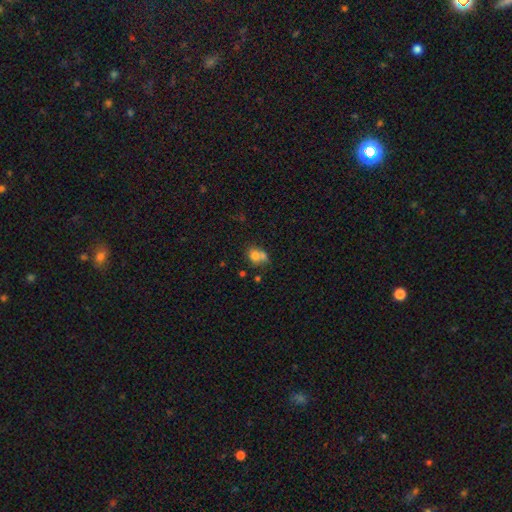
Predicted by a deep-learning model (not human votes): Smooth or featured? smooth (73%)
How rounded? round (57%)
Merging? merger (51%)